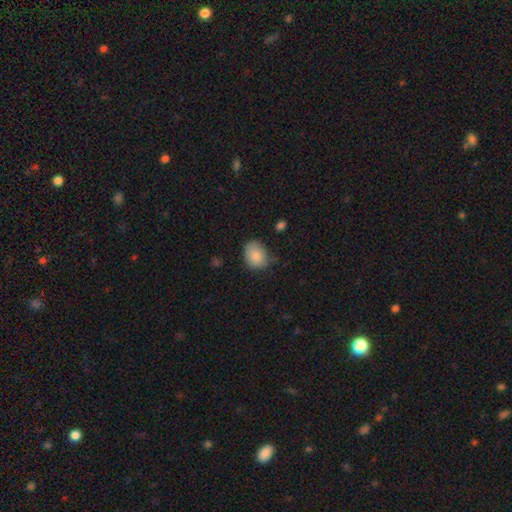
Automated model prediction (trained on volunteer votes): The model was most divided on "how rounded": in between: 51%, round: 48%, cigar-shaped: 1%. More confident: smooth or featured — smooth (85%); merging — none (63%).